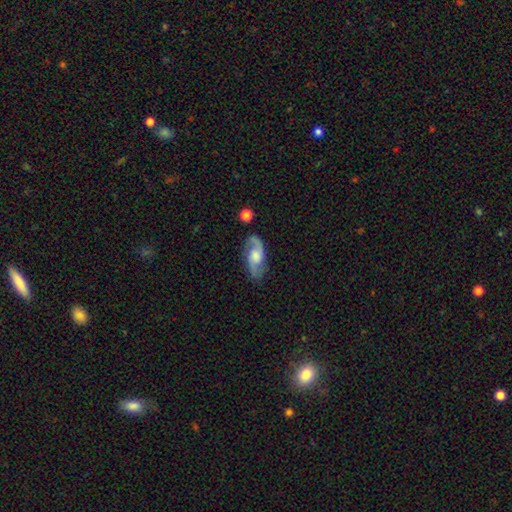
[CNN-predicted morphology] Smooth or featured? featured or disk (79%)
Edge-on disk? no (94%)
Bar? no (58%)
Spiral arms? yes (95%)
Spiral winding? medium (44%)
Spiral arm count? 2 (90%)
Bulge size? moderate (45%)
Merging? none (77%)